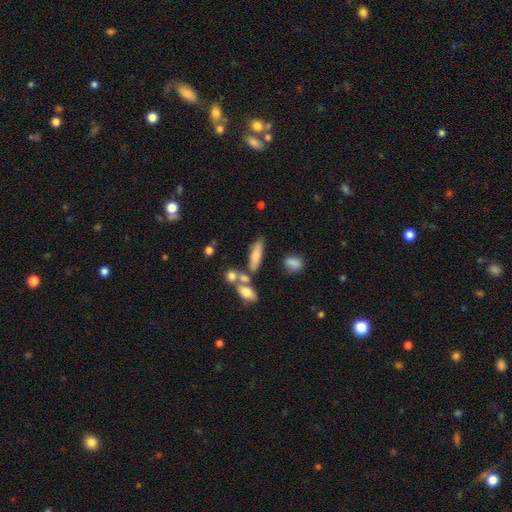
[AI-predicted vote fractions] Smooth or featured? smooth (68%)
How rounded? cigar-shaped (48%)
Merging? none (55%)